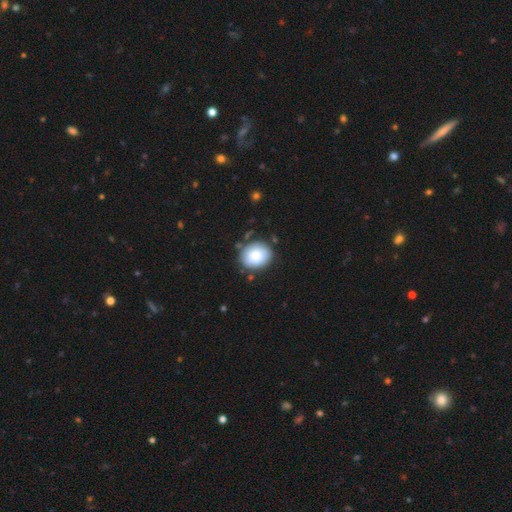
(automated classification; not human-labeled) Smooth or featured: smooth — 76% (featured or disk — 17%)
How rounded: round — 59% (in between — 40%)
Merging: none — 78% (minor disturbance — 15%)